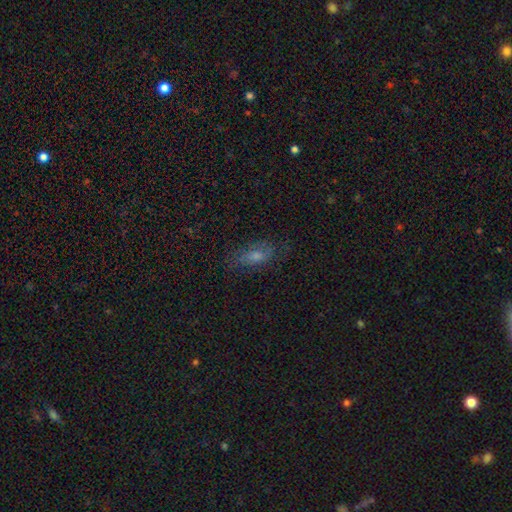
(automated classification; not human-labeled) The model was most divided on "smooth or featured": smooth: 41%, featured or disk: 39%, star or artifact: 19%. More confident: merging — none (74%).